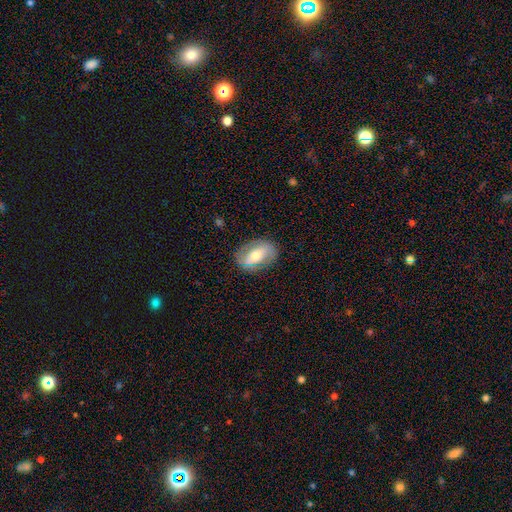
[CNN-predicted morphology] This appears to be a featured or disk galaxy (58%) with a strong bar (38%), spiral arms (60%) and a moderate central bulge (68%). Merging: none (81%).